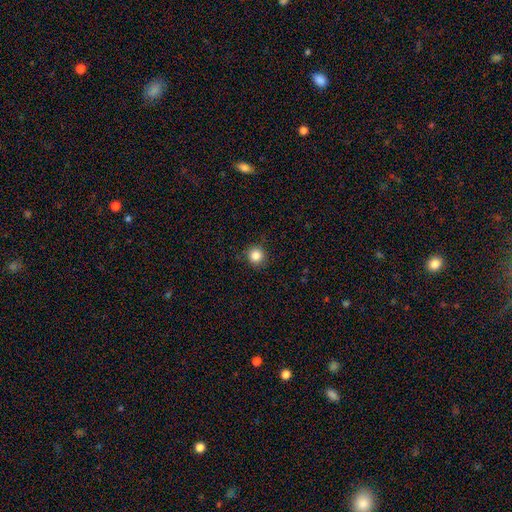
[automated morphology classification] Smooth or featured: smooth — 85% (star or artifact — 11%)
How rounded: round — 93% (in between — 6%)
Merging: none — 90% (minor disturbance — 7%)